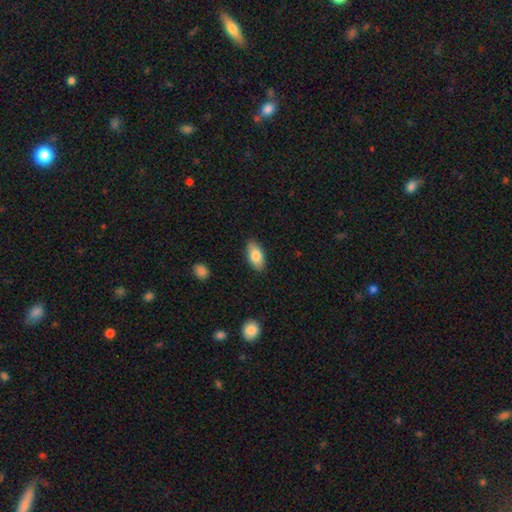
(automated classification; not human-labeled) A smooth galaxy with no disk features (81%) that is in between round and cigar-shaped (91%).

Vote fractions:
- Smooth or featured? smooth: 81% / featured or disk: 13% / star or artifact: 7%
- How rounded? in between: 91% / cigar-shaped: 6% / round: 3%
- Merging? none: 86% / minor disturbance: 10% / major disturbance: 2% / merger: 1%